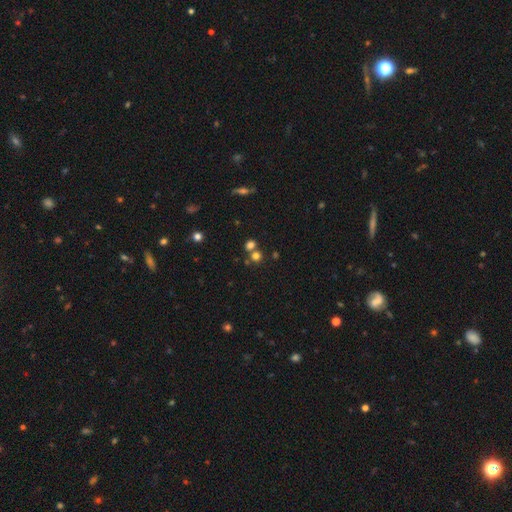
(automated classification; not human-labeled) Q: Smooth or featured?
A: smooth (70%); runner-up: star or artifact (21%)
Q: How rounded?
A: round (87%); runner-up: in between (12%)
Q: Merging?
A: none (60%); runner-up: merger (31%)